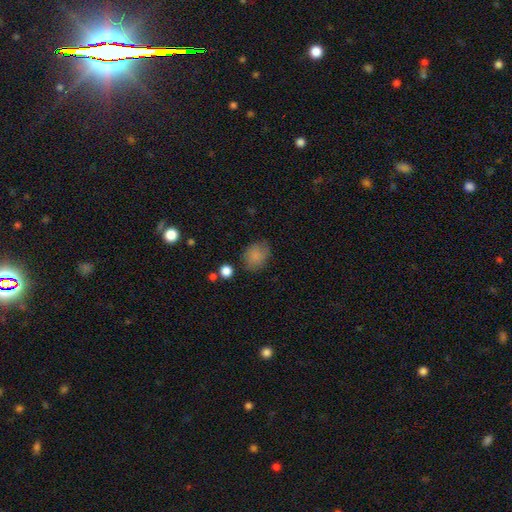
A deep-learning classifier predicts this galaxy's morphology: Smooth or featured?
  - smooth: 83% *
  - star or artifact: 10%
  - featured or disk: 8%
How rounded?
  - in between: 55% *
  - round: 44%
  - cigar-shaped: 1%
Merging?
  - none: 70% *
  - minor disturbance: 21%
  - major disturbance: 6%
  - merger: 3%